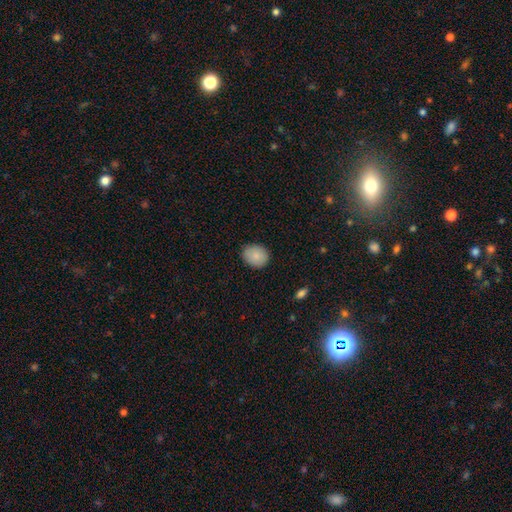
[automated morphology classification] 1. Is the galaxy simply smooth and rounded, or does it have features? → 86% smooth, 7% star or artifact, 6% featured or disk.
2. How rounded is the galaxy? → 61% round, 38% in between, 1% cigar-shaped.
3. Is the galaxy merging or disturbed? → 86% none, 11% minor disturbance, 2% major disturbance, 1% merger.